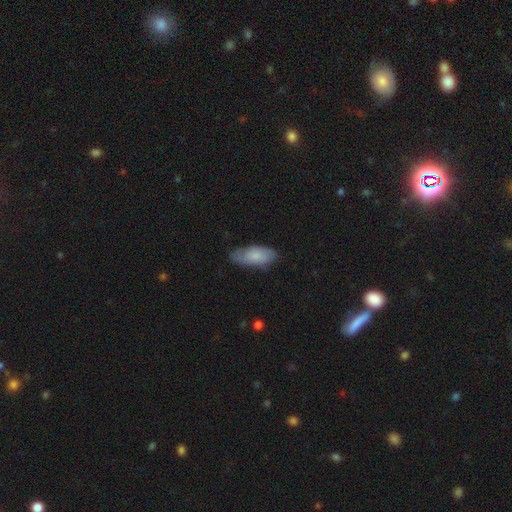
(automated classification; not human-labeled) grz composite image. It shows a smooth galaxy with no disk features (73%) that is in between round and cigar-shaped (86%). Merging: none (67%).